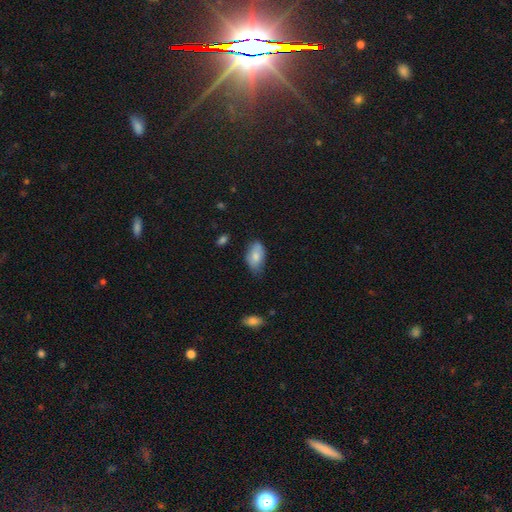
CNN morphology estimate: Overall: smooth (77%). How rounded: in between (93%). Merging: none (59%; minor disturbance 33%).